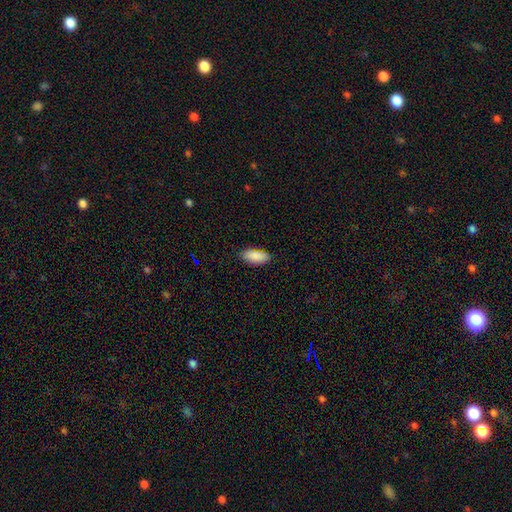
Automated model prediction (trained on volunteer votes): smooth-or-featured: smooth: 90% | star or artifact: 6% | featured or disk: 4%
  how-rounded: in between: 89% | cigar-shaped: 9% | round: 2%
  merging: none: 84% | minor disturbance: 12% | major disturbance: 2% | merger: 1%